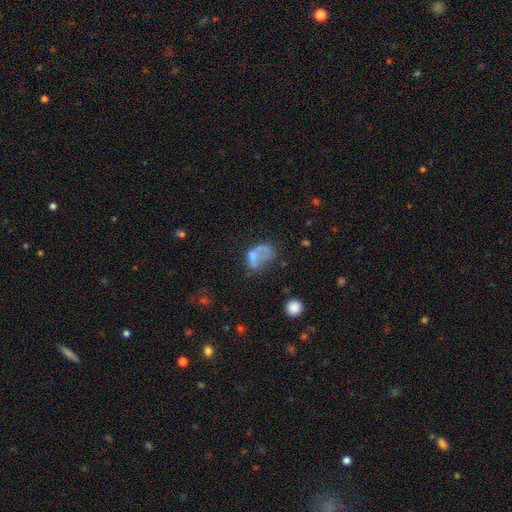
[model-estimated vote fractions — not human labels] smooth 50%, featured or disk 36%, star or artifact 14%. Down the decision tree: how rounded — in between (78%); merging — major disturbance (34%).